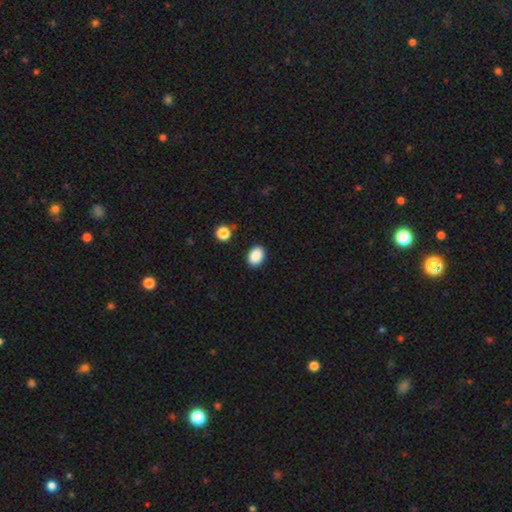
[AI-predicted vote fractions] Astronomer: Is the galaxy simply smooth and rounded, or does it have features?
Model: smooth — 89%.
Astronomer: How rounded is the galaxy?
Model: in between — 75%.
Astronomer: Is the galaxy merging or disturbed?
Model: none — 88%.